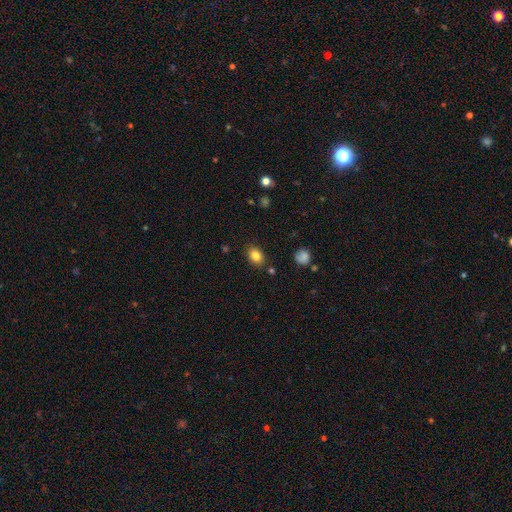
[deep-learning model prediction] This is clearly a smooth galaxy (82%). How rounded: likely in between (65%). Merging: clearly none (85%).